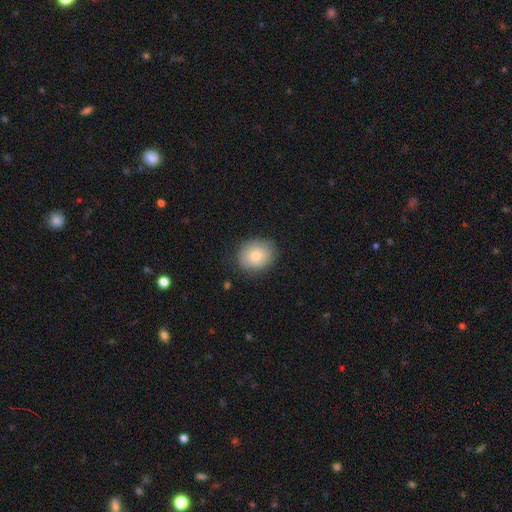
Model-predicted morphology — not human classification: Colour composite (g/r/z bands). It shows a smooth galaxy with no disk features (76%) that is round (56%). Merging: none (79%).